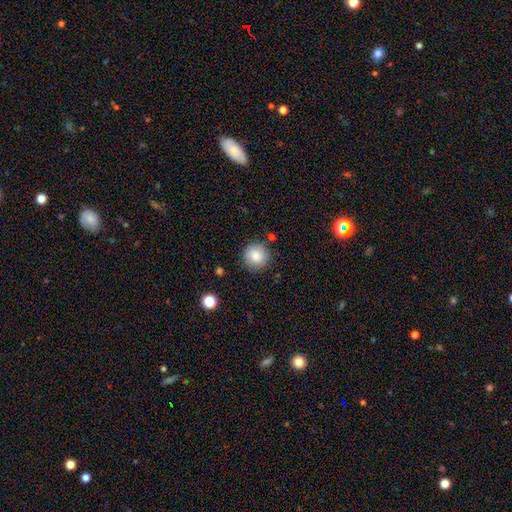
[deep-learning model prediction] Overall: smooth (85%). How rounded: round (94%). Merging: none (85%).